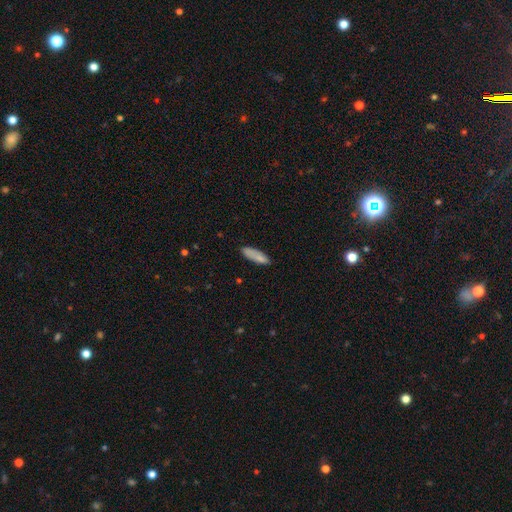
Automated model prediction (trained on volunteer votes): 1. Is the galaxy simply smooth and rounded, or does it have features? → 83% smooth, 10% featured or disk, 7% star or artifact.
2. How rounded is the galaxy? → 53% cigar-shaped, 45% in between, 2% round.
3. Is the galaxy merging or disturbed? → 78% none, 16% minor disturbance, 3% major disturbance, 2% merger.